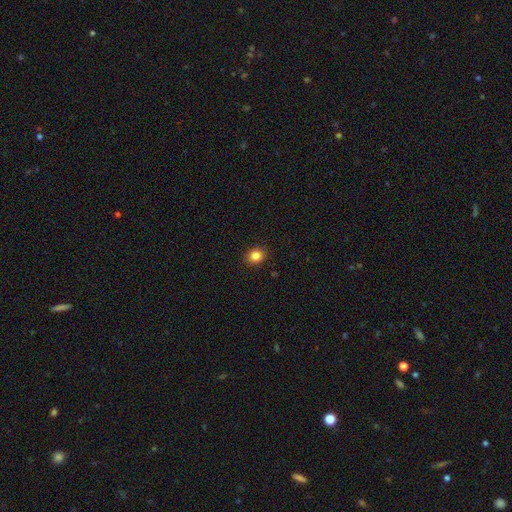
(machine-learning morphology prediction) This appears to be a smooth galaxy with no disk features (84%) that is round (72%). Merging: none (91%).